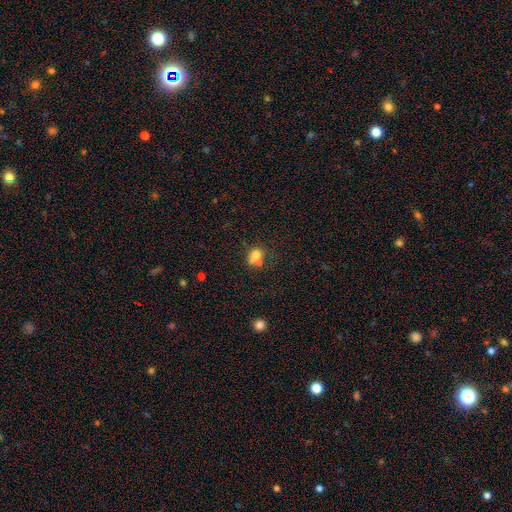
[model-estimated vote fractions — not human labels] Smooth or featured? Predicted: smooth (p=0.70). How rounded? Predicted: round (p=0.66). Merging? Predicted: merger (p=0.42).